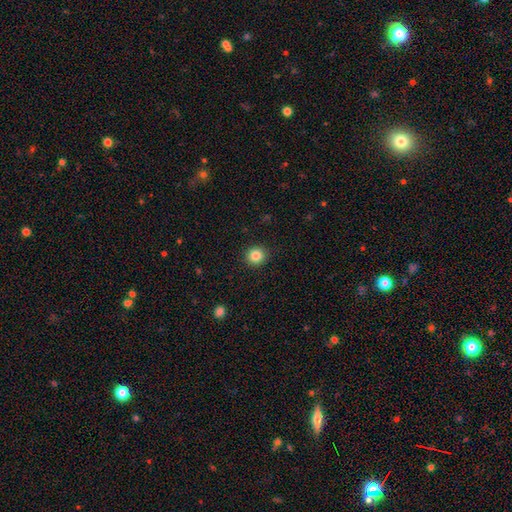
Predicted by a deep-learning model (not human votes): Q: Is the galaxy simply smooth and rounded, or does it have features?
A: smooth — 84%.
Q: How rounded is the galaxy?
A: round — 90%.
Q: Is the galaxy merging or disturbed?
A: none — 92%.